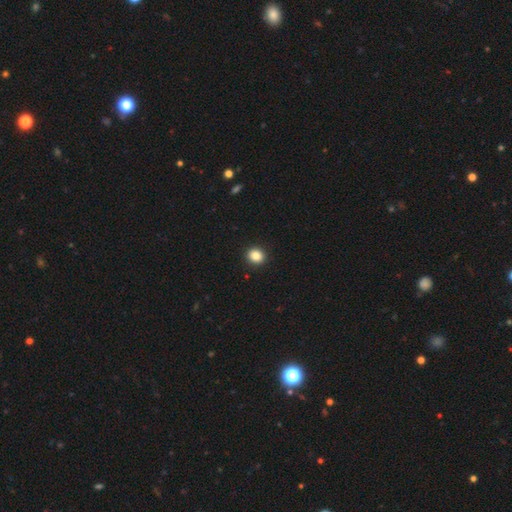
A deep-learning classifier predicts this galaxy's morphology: Smooth or featured? Predicted: smooth (p=0.87). How rounded? Predicted: round (p=0.80). Merging? Predicted: none (p=0.92).